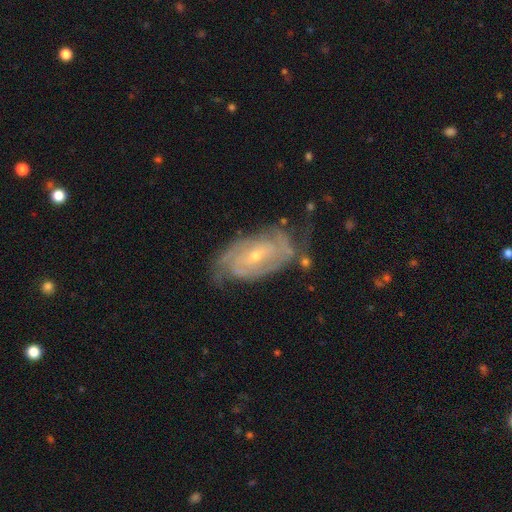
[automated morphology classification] Smooth or featured? featured or disk (86%)
Edge-on disk? no (95%)
Bar? no (51%)
Spiral arms? yes (95%)
Spiral winding? tight (63%)
Spiral arm count? 2 (42%)
Bulge size? small (65%)
Merging? none (62%)